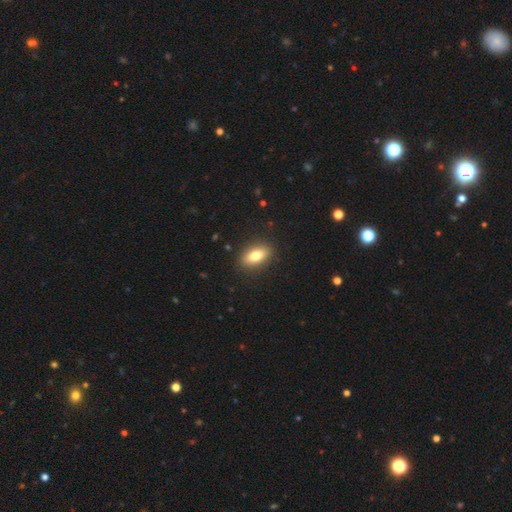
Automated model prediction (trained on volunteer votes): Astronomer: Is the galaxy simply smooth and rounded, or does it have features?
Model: smooth — 78%.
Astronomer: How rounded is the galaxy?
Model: in between — 84%.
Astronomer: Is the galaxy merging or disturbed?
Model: none — 88%.